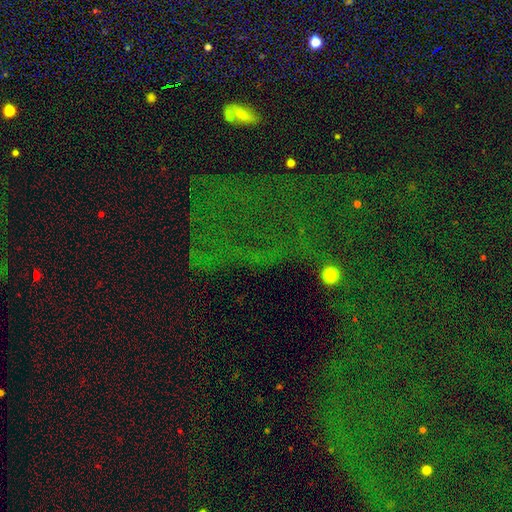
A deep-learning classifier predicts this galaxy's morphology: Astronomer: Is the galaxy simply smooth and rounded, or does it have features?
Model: star or artifact — 77%.